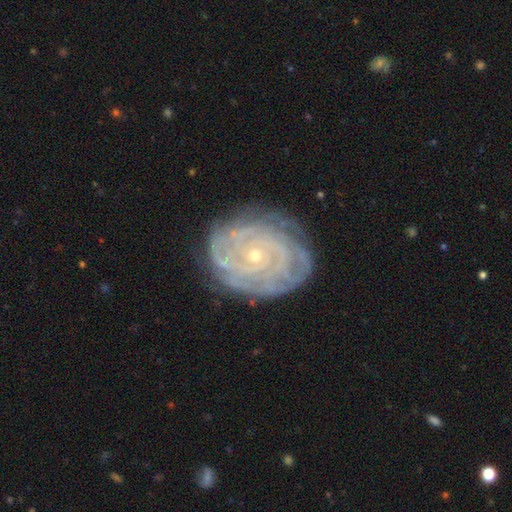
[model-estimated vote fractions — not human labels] This appears to be a featured or disk galaxy (85%) with no bar (78%), tight (84%) spiral arms (95%) and a small central bulge (83%). Merging: none (78%).